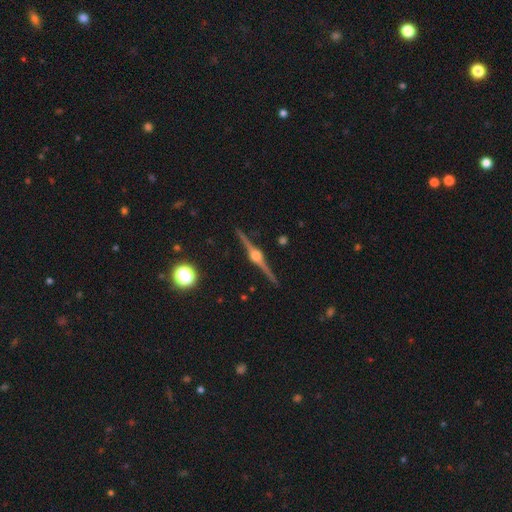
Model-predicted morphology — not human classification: smooth-or-featured: featured or disk: 89% | star or artifact: 7% | smooth: 4%
  disk-edge-on: yes: 98% | no: 2%
    edge-on-bulge: rounded: 93% | boxy: 5% | none: 1%
  merging: none: 92% | minor disturbance: 6% | major disturbance: 1% | merger: 1%